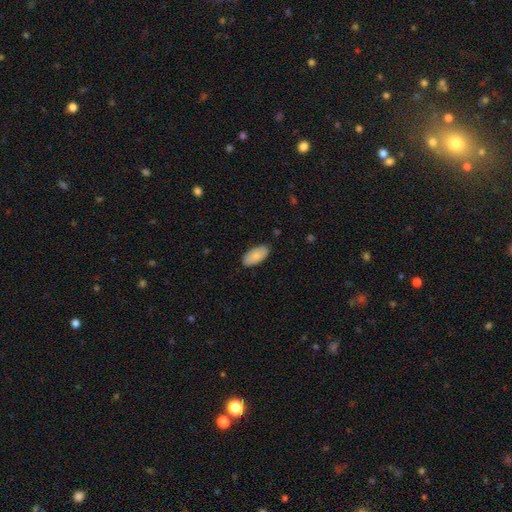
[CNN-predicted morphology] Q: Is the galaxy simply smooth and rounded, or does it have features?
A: smooth — 84%.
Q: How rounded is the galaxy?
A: in between — 95%.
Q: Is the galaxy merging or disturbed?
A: none — 86%.